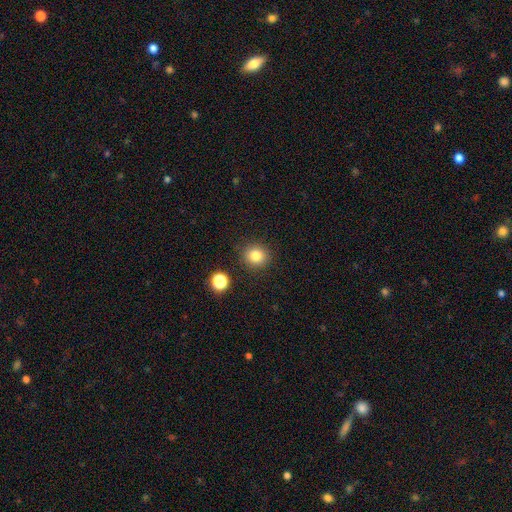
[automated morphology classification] type=smooth (81%); roundness=round (87%); merging=none (89%).